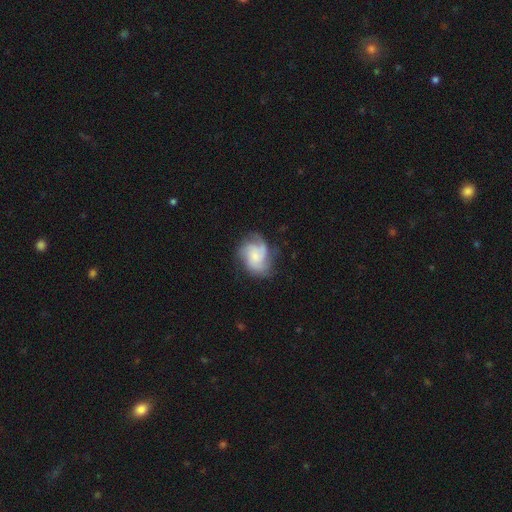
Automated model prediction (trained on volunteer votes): Smooth or featured? featured or disk (70%)
Edge-on disk? no (98%)
Bar? no (75%)
Spiral arms? yes (93%)
Spiral winding? medium (45%)
Spiral arm count? 3 (46%)
Bulge size? small (52%)
Merging? none (60%)